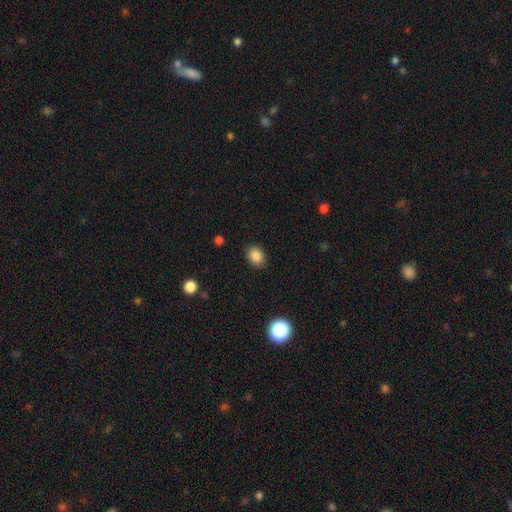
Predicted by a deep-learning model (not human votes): Morphology: type=smooth (86%); roundness=in between (56%); merging=none (86%).